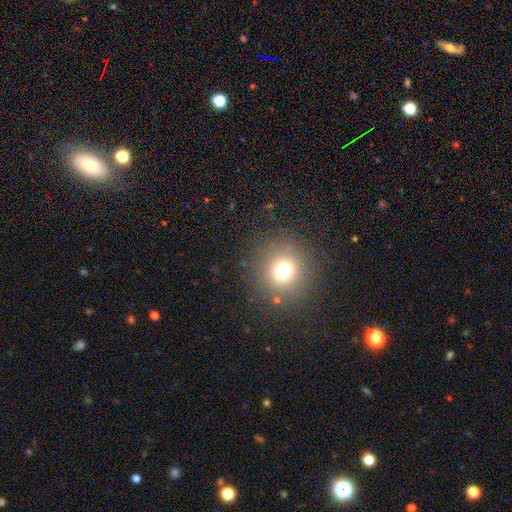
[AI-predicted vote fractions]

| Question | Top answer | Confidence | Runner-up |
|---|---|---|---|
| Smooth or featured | smooth | 61% | star or artifact (29%) |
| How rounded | round | 92% | in between (6%) |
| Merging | none | 90% | minor disturbance (5%) |